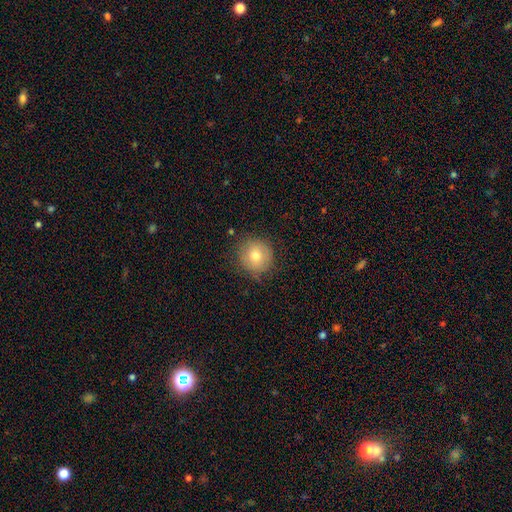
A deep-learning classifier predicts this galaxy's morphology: Q: Smooth or featured?
A: smooth (73%); runner-up: featured or disk (17%)
Q: How rounded?
A: round (91%); runner-up: in between (8%)
Q: Merging?
A: none (80%); runner-up: minor disturbance (15%)